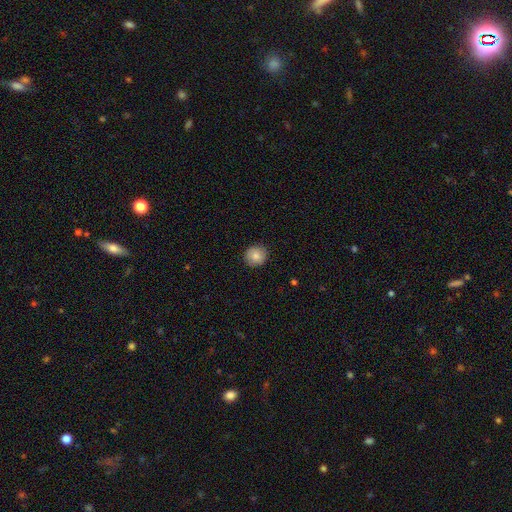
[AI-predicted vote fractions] Smooth or featured: smooth — 83% (star or artifact — 9%)
How rounded: round — 92% (in between — 7%)
Merging: none — 91% (minor disturbance — 7%)